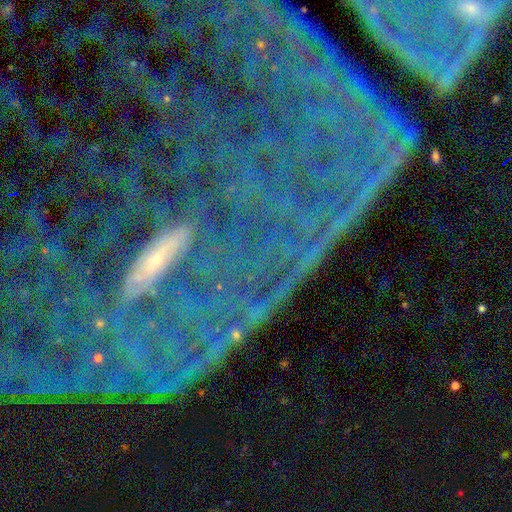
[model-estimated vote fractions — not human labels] Smooth or featured? Predicted: star or artifact (p=0.54).